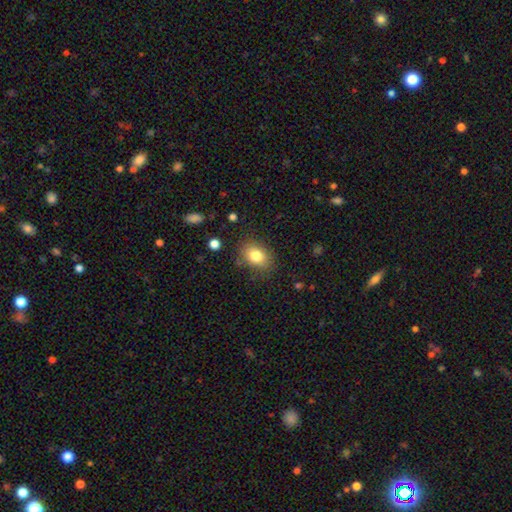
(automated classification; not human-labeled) This is clearly a smooth galaxy (80%). How rounded: likely in between (67%). Merging: clearly none (82%).